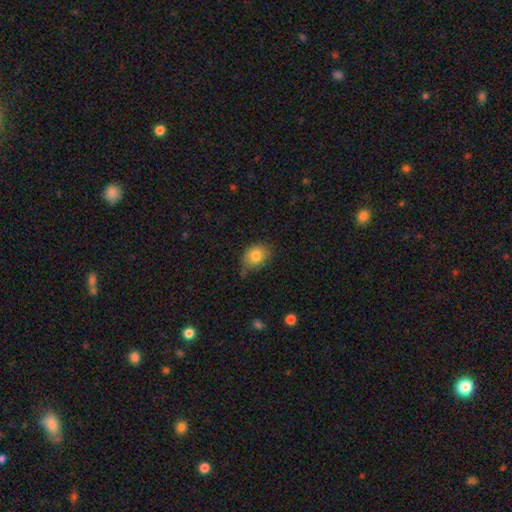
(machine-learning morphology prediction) smooth-or-featured: smooth: 81% | featured or disk: 11% | star or artifact: 9%
  how-rounded: in between: 59% | round: 40% | cigar-shaped: 1%
  merging: none: 58% | minor disturbance: 33% | major disturbance: 6% | merger: 3%